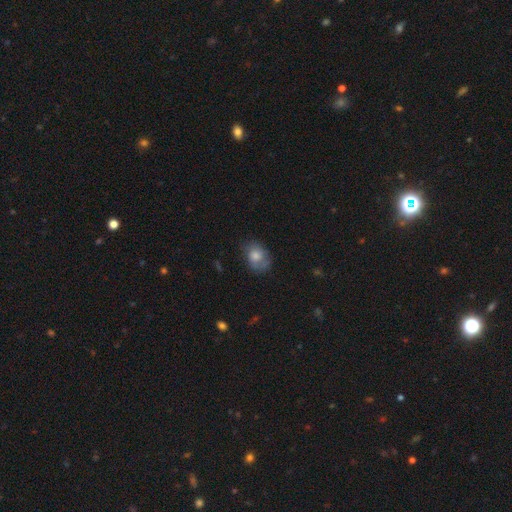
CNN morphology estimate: Smooth or featured? smooth (64%)
How rounded? in between (62%)
Merging? none (62%)